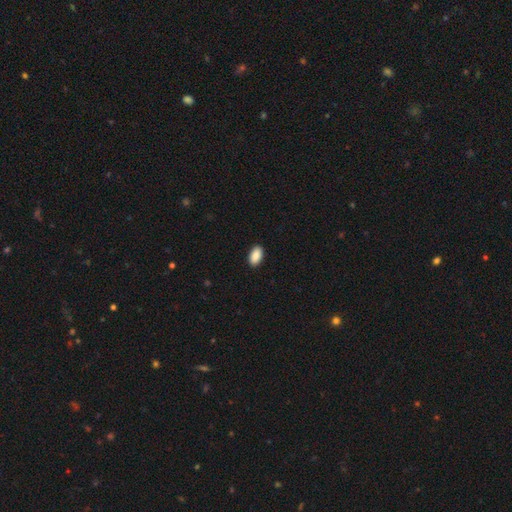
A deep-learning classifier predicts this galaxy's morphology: smooth 90%, star or artifact 7%, featured or disk 3%. Down the decision tree: how rounded — in between (95%); merging — none (91%).